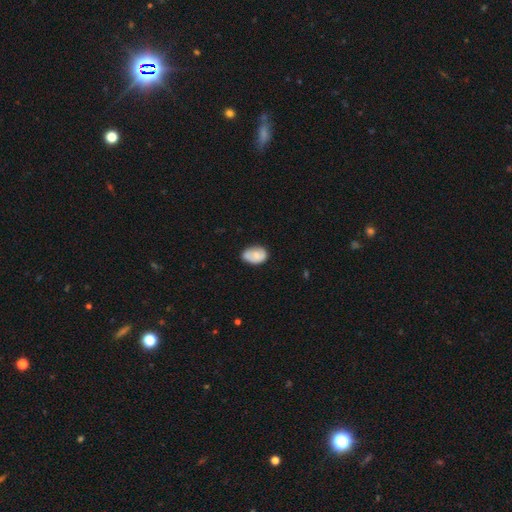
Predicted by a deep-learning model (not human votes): Q: Smooth or featured?
A: smooth (68%); runner-up: featured or disk (25%)
Q: How rounded?
A: in between (85%); runner-up: round (14%)
Q: Merging?
A: none (63%); runner-up: minor disturbance (29%)